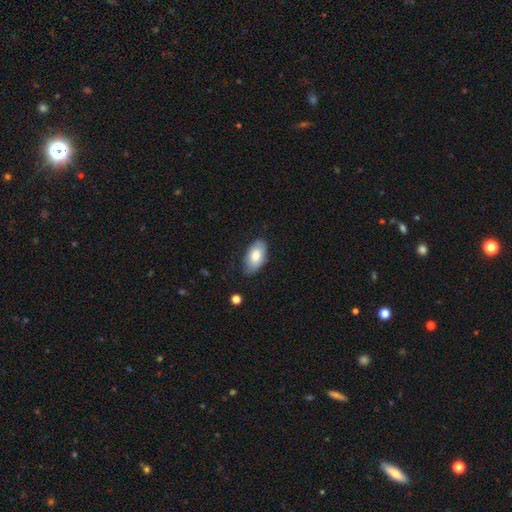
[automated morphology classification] The model was most divided on "merging": none: 77%, minor disturbance: 18%, major disturbance: 3%, merger: 1%. More confident: how rounded — in between (94%); smooth or featured — smooth (78%).